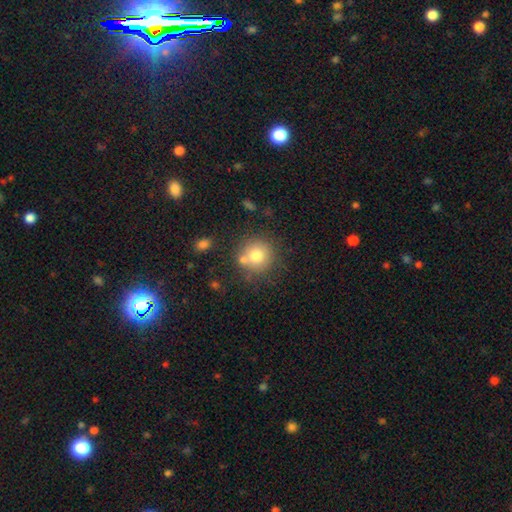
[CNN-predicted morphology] This appears to be a smooth galaxy with no disk features (74%) that is round (92%). Merging: none (66%).